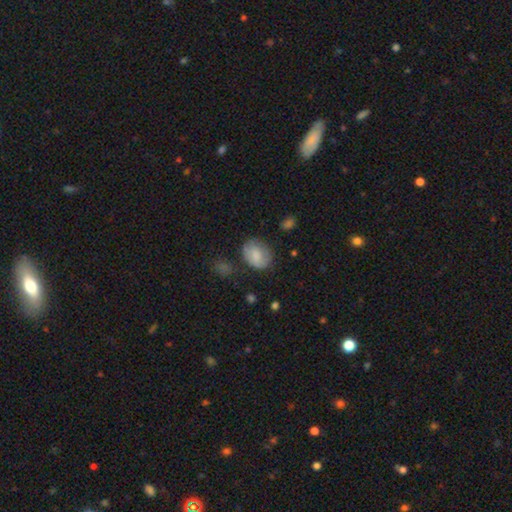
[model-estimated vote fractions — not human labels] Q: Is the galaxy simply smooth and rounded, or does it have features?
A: smooth — 77%.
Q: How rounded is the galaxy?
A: in between — 63%.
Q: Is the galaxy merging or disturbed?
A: none — 65%.